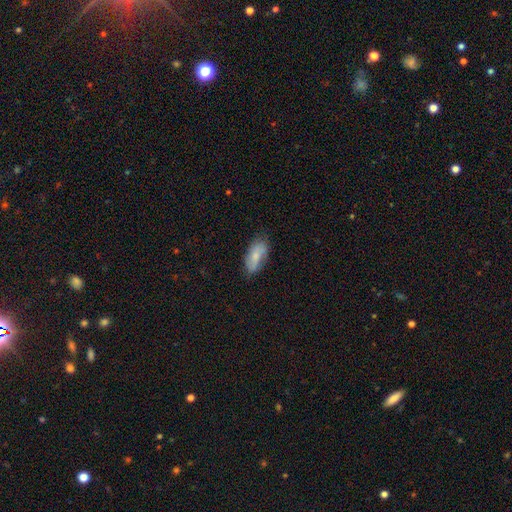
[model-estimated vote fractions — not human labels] This is likely a smooth galaxy (70%). How rounded: clearly in between (87%). Merging: likely none (69%).